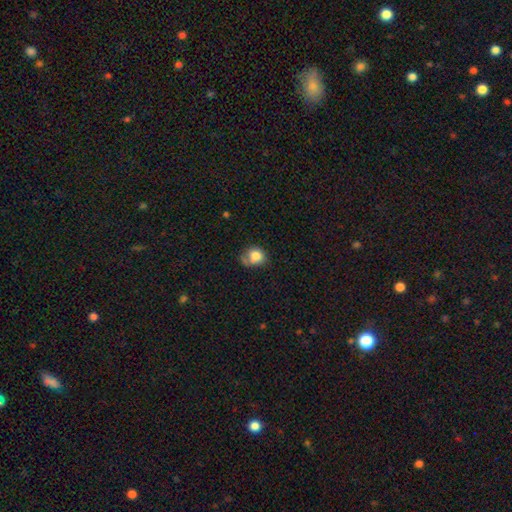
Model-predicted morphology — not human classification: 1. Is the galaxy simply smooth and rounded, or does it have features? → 80% smooth, 10% featured or disk, 10% star or artifact.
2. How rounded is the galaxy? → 65% round, 34% in between, 1% cigar-shaped.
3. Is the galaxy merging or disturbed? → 44% none, 29% minor disturbance, 14% merger, 14% major disturbance.